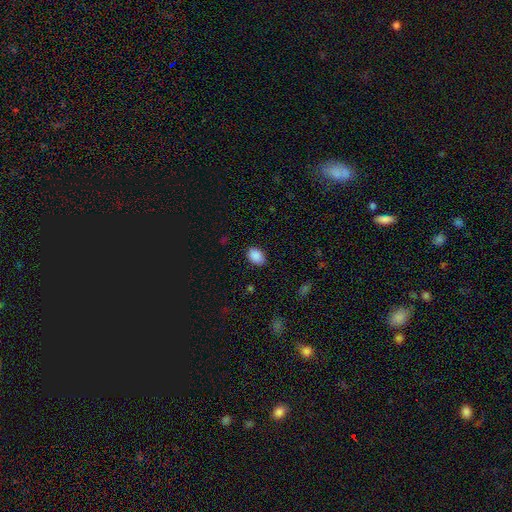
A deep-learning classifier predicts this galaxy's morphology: smooth-or-featured: smooth: 89% | star or artifact: 8% | featured or disk: 3%
  how-rounded: in between: 81% | round: 18% | cigar-shaped: 1%
  merging: none: 85% | minor disturbance: 12% | major disturbance: 2% | merger: 1%